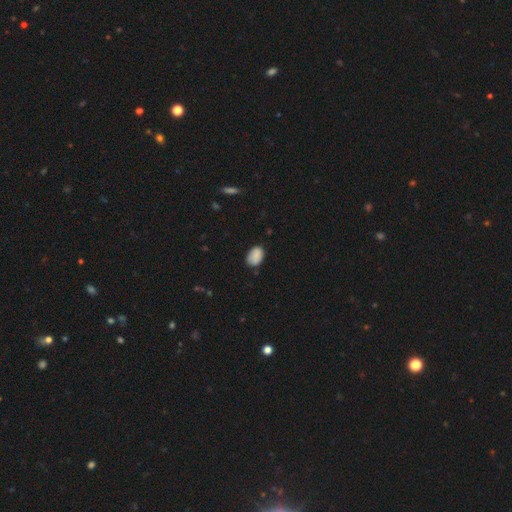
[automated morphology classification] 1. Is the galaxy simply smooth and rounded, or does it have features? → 87% smooth, 7% star or artifact, 6% featured or disk.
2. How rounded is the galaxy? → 86% in between, 13% round, 1% cigar-shaped.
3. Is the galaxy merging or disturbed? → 78% none, 18% minor disturbance, 3% major disturbance, 1% merger.